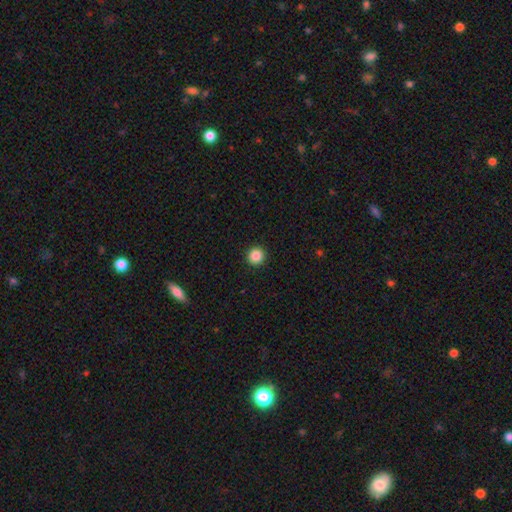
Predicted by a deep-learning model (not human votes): A smooth galaxy with no disk features (87%) that is round (95%).

Vote fractions:
- Smooth or featured? smooth: 87% / star or artifact: 10% / featured or disk: 3%
- How rounded? round: 95% / in between: 4% / cigar-shaped: 1%
- Merging? none: 94% / minor disturbance: 4% / major disturbance: 2% / merger: 1%